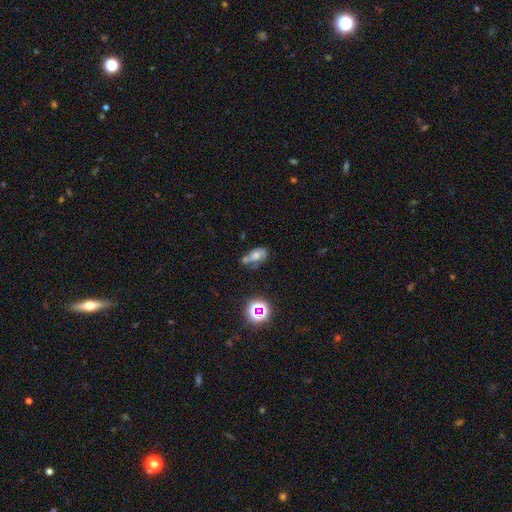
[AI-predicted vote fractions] Q: Smooth or featured?
A: featured or disk (42%); runner-up: smooth (41%)
Q: Merging?
A: none (36%); runner-up: minor disturbance (30%)